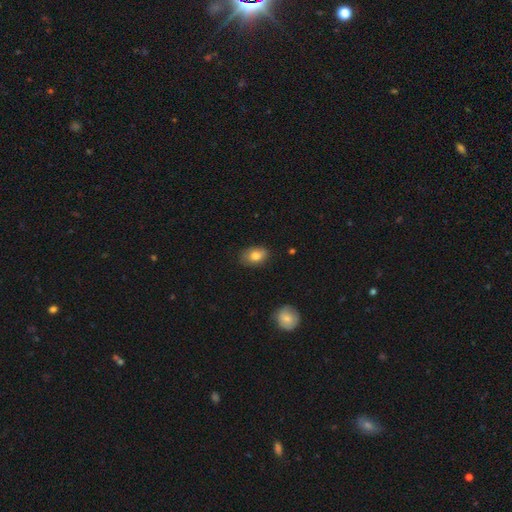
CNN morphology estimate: smooth_or_featured: smooth (p=0.80) [alt: featured or disk p=0.12]
how_rounded: in between (p=0.84) [alt: round p=0.15]
merging: none (p=0.80) [alt: minor disturbance p=0.16]